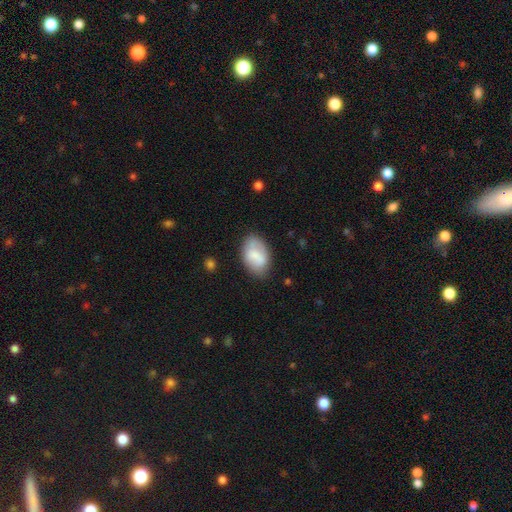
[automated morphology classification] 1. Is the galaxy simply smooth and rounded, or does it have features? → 71% smooth, 22% featured or disk, 7% star or artifact.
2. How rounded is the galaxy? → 90% in between, 8% round, 1% cigar-shaped.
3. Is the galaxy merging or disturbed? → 69% none, 22% minor disturbance, 6% major disturbance, 3% merger.